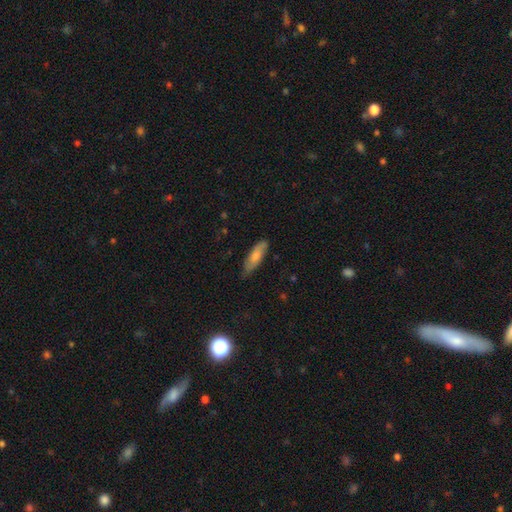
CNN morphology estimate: smooth 72%, featured or disk 23%, star or artifact 5%. Down the decision tree: how rounded — in between (55%); merging — none (74%).